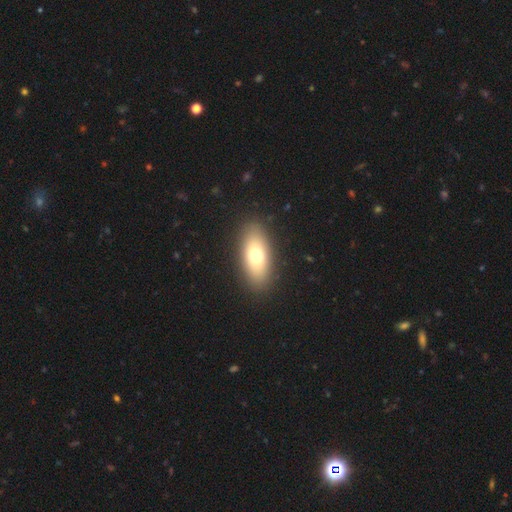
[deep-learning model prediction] This is likely a smooth galaxy (72%). How rounded: clearly in between (83%). Merging: clearly none (89%).